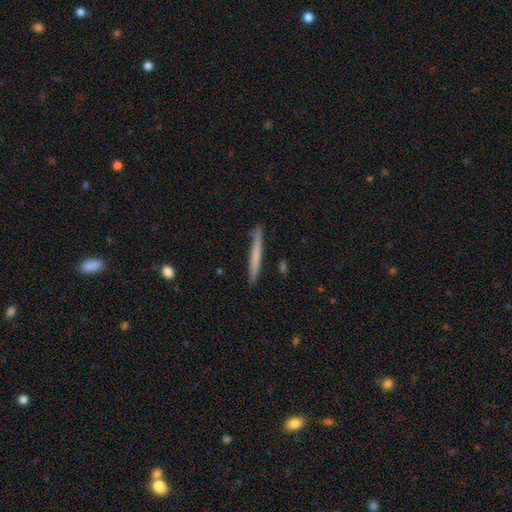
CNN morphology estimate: This is likely a smooth galaxy (62%). How rounded: clearly cigar-shaped (97%). Merging: clearly none (89%).